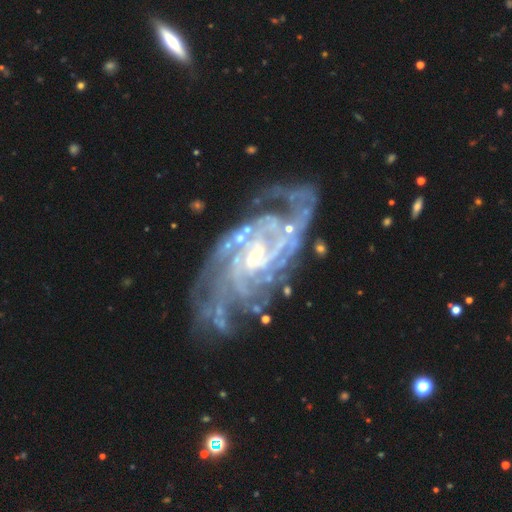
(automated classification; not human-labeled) This is clearly a featured or disk galaxy (92%). It is clearly not viewed edge-on (97%). Bar: marginally weak (43%). Spiral arm pattern: clearly yes (98%). Spiral arm count: marginally can't tell (23%). Spiral winding: likely tight (64%). Central bulge: likely small (64%). Merging: likely none (69%).